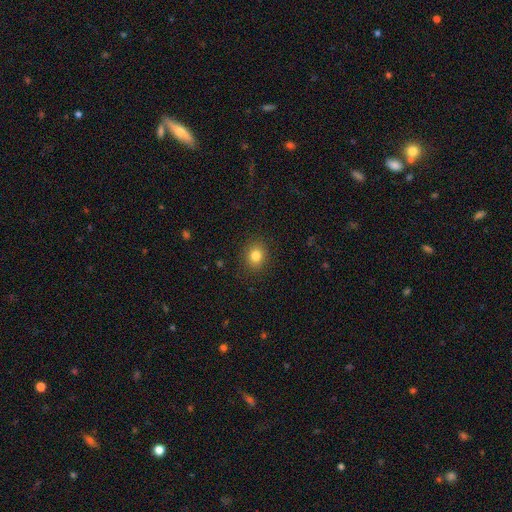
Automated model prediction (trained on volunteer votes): Q: Smooth or featured?
A: smooth (82%); runner-up: star or artifact (12%)
Q: How rounded?
A: round (70%); runner-up: in between (29%)
Q: Merging?
A: none (89%); runner-up: minor disturbance (8%)